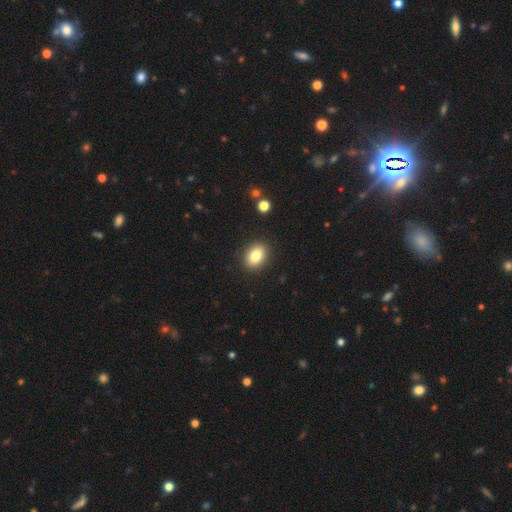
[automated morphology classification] Smooth or featured? Predicted: smooth (p=0.82). How rounded? Predicted: in between (p=0.66). Merging? Predicted: none (p=0.90).